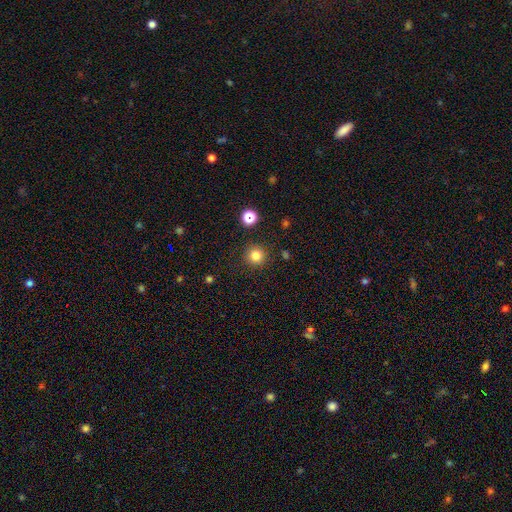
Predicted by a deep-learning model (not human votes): The model was most divided on "smooth or featured": smooth: 81%, star or artifact: 14%, featured or disk: 5%. More confident: how rounded — round (95%); merging — none (90%).